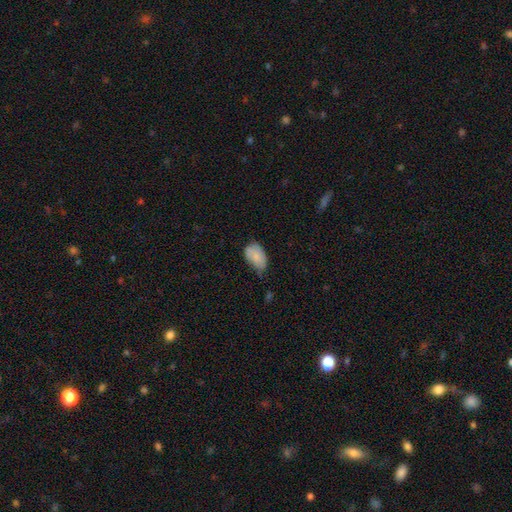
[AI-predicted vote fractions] This is likely a smooth galaxy (80%). How rounded: clearly in between (91%). Merging: possibly minor disturbance (46%).